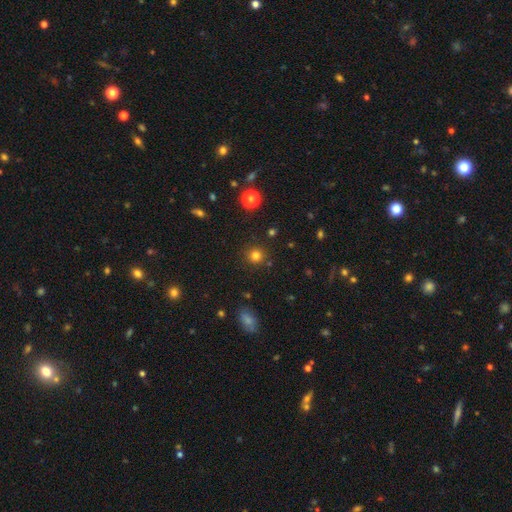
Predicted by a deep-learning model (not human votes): smooth-or-featured: smooth: 79% | star or artifact: 15% | featured or disk: 6%
  how-rounded: round: 93% | in between: 6% | cigar-shaped: 1%
  merging: none: 89% | minor disturbance: 6% | merger: 2% | major disturbance: 2%